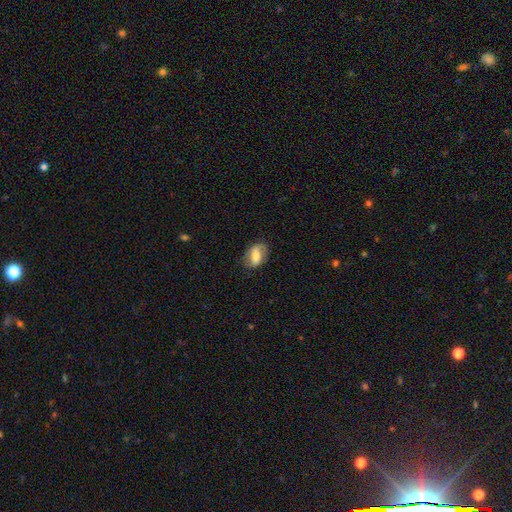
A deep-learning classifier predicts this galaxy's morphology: smooth 56%, featured or disk 35%, star or artifact 8%. Down the decision tree: how rounded — in between (83%); merging — none (66%).